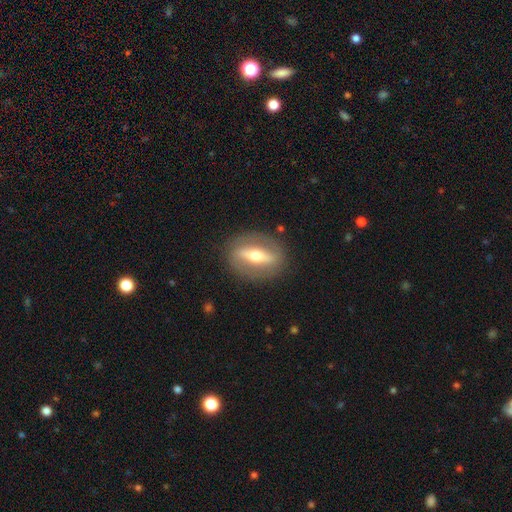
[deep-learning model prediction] featured or disk 70%, smooth 24%, star or artifact 6%. Down the decision tree: edge-on disk — no (61%); merging — none (85%).